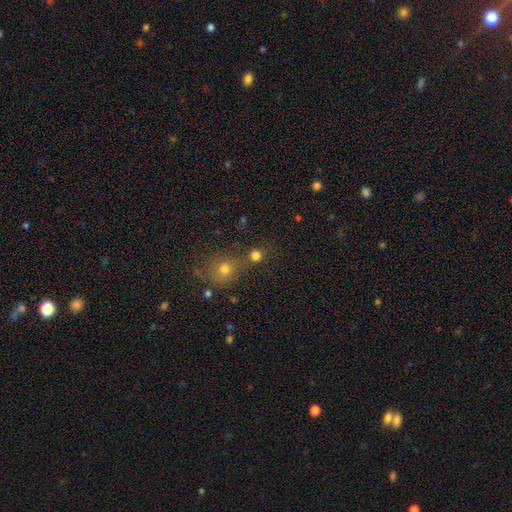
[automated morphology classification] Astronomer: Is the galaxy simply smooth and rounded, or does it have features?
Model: smooth — 76%.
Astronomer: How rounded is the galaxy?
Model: round — 90%.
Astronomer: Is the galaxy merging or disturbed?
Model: none — 63%.